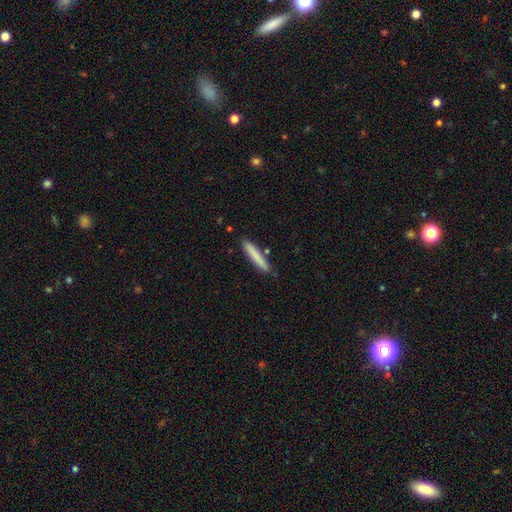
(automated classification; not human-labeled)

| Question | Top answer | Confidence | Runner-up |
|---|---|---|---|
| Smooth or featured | smooth | 80% | featured or disk (14%) |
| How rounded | cigar-shaped | 94% | in between (5%) |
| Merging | none | 85% | minor disturbance (10%) |